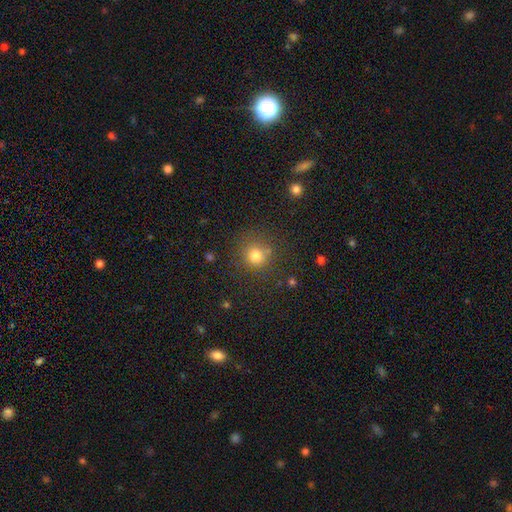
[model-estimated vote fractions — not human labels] A smooth galaxy with no disk features (78%) that is round (89%).

Vote fractions:
- Smooth or featured? smooth: 78% / star or artifact: 16% / featured or disk: 7%
- How rounded? round: 89% / in between: 10% / cigar-shaped: 1%
- Merging? none: 76% / minor disturbance: 13% / merger: 6% / major disturbance: 5%